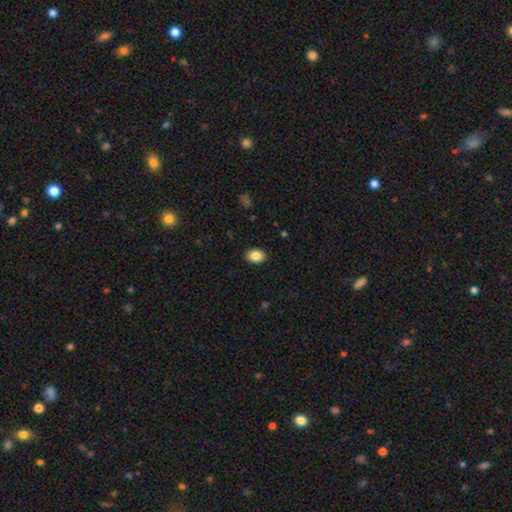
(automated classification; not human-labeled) smooth_or_featured: smooth (p=0.86) [alt: star or artifact p=0.08]
how_rounded: in between (p=0.80) [alt: round p=0.19]
merging: none (p=0.89) [alt: minor disturbance p=0.08]